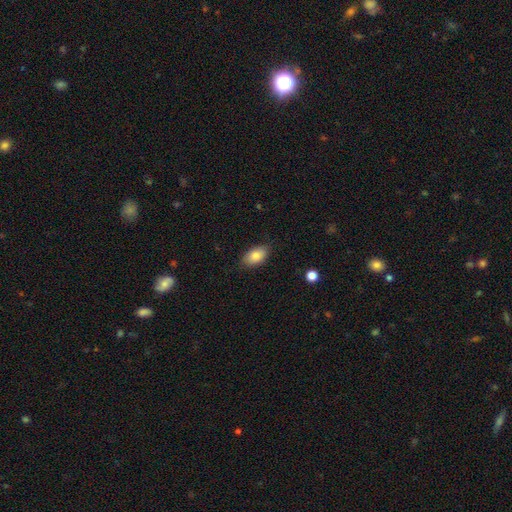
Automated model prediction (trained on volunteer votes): Overall: smooth (84%). How rounded: in between (92%). Merging: none (83%).